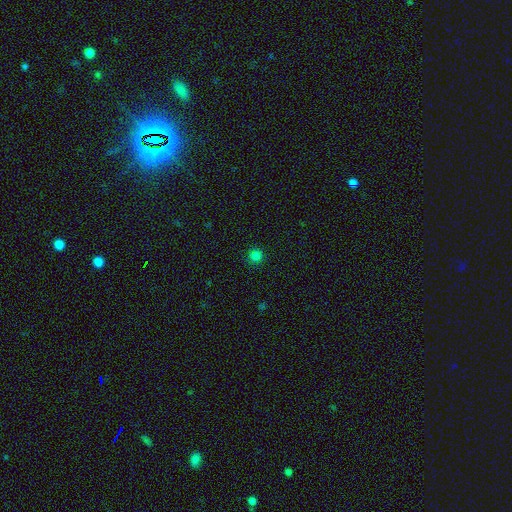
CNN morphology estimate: Overall: smooth (81%). How rounded: round (95%). Merging: none (92%).